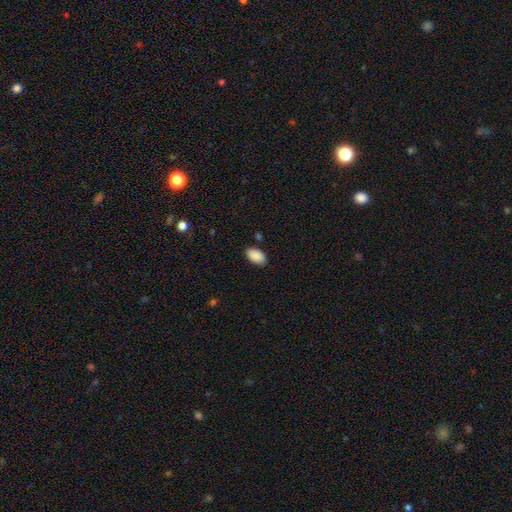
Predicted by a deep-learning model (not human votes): This appears to be a smooth galaxy with no disk features (90%) that is in between round and cigar-shaped (94%). Merging: none (85%).